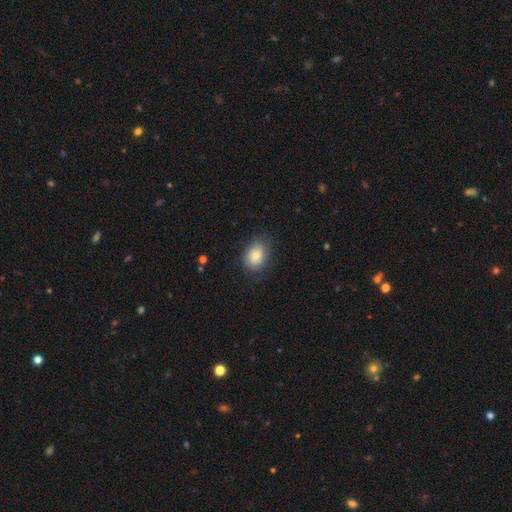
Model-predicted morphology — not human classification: Smooth or featured: smooth — 76% (featured or disk — 16%)
How rounded: in between — 72% (round — 27%)
Merging: none — 72% (minor disturbance — 20%)